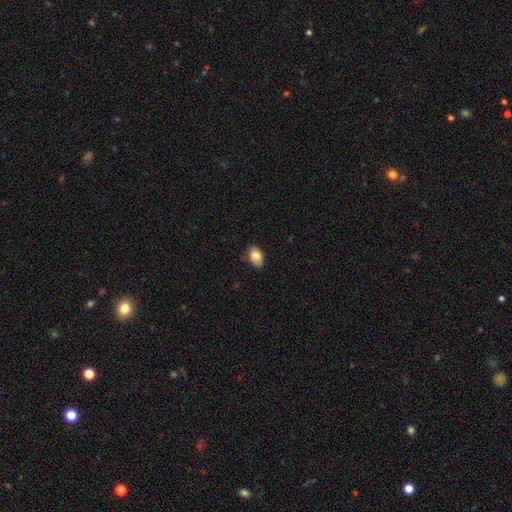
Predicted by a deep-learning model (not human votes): A smooth galaxy with no disk features (82%) that is in between round and cigar-shaped (87%).

Vote fractions:
- Smooth or featured? smooth: 82% / featured or disk: 10% / star or artifact: 8%
- How rounded? in between: 87% / round: 11% / cigar-shaped: 1%
- Merging? none: 72% / minor disturbance: 23% / major disturbance: 4% / merger: 1%